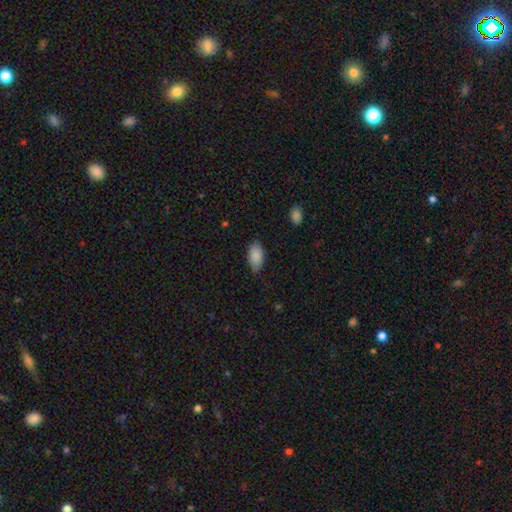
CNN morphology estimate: Smooth or featured?
  - smooth: 88% *
  - star or artifact: 7%
  - featured or disk: 5%
How rounded?
  - in between: 94% *
  - round: 4%
  - cigar-shaped: 3%
Merging?
  - none: 75% *
  - minor disturbance: 20%
  - major disturbance: 3%
  - merger: 1%